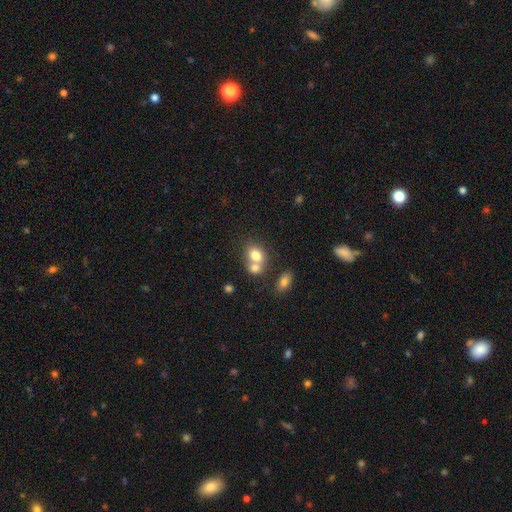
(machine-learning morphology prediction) Smooth or featured: smooth — 77% (featured or disk — 14%)
How rounded: in between — 51% (round — 48%)
Merging: merger — 57% (none — 32%)